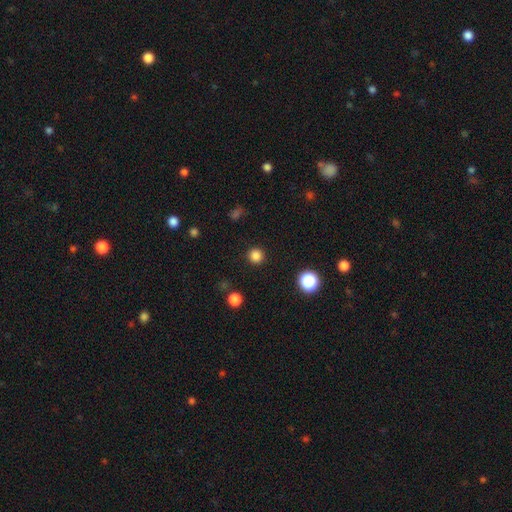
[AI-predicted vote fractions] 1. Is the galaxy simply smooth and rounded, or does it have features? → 84% smooth, 13% star or artifact, 3% featured or disk.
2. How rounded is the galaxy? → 95% round, 4% in between, 1% cigar-shaped.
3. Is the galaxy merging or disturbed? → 92% none, 5% minor disturbance, 2% major disturbance, 1% merger.